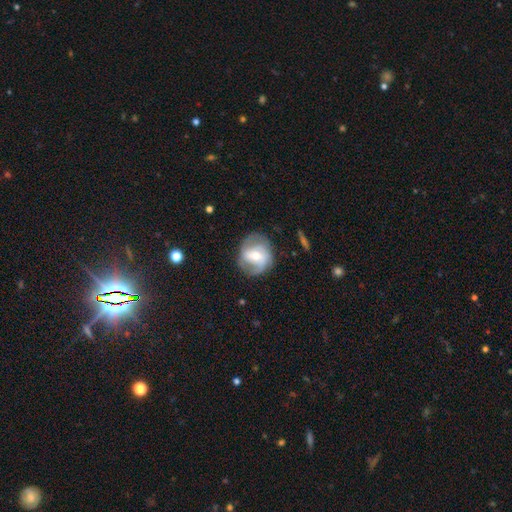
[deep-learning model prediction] A featured or disk galaxy (71%) with a weak bar (42%), 2 (65%) medium (44%) spiral arms (83%) and a moderate central bulge (60%). Merging: none (73%).